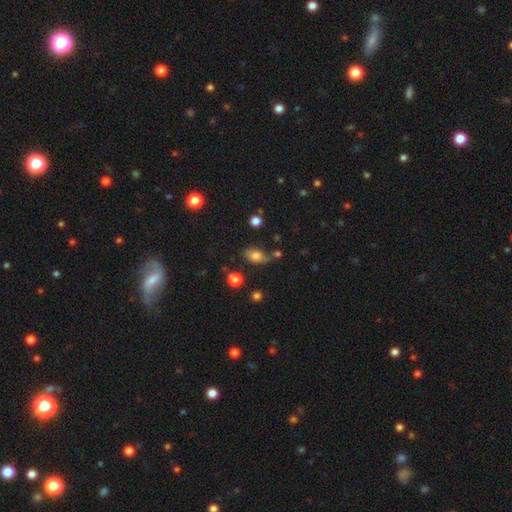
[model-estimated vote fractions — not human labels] Smooth or featured?
  - smooth: 72% *
  - featured or disk: 17%
  - star or artifact: 11%
How rounded?
  - in between: 81% *
  - round: 13%
  - cigar-shaped: 5%
Merging?
  - none: 55% *
  - minor disturbance: 26%
  - merger: 10%
  - major disturbance: 9%